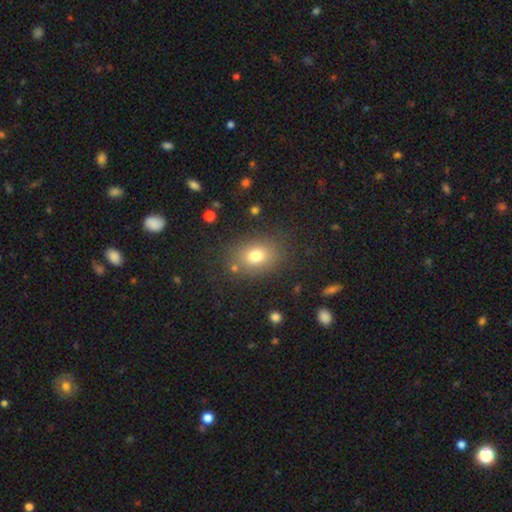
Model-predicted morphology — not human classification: smooth 75%, star or artifact 13%, featured or disk 11%. Down the decision tree: how rounded — in between (62%); merging — none (81%).